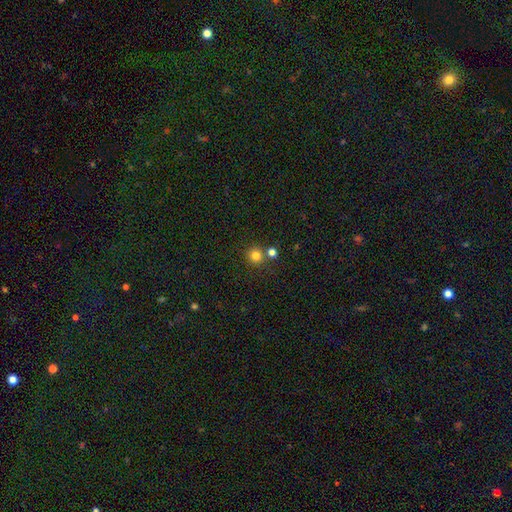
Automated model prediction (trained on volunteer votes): Smooth or featured? smooth (80%)
How rounded? round (94%)
Merging? none (75%)